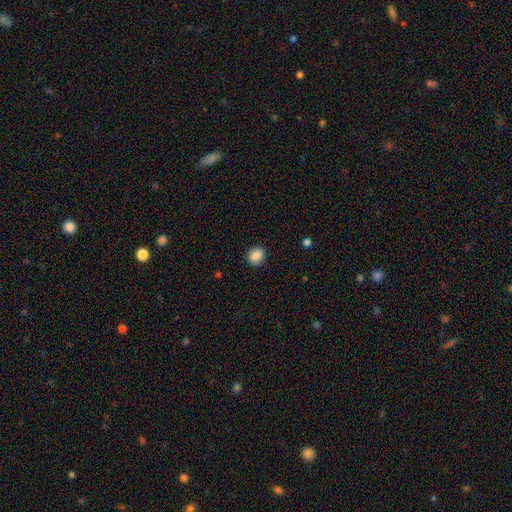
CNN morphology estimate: Smooth or featured?
  - smooth: 88% *
  - star or artifact: 9%
  - featured or disk: 4%
How rounded?
  - round: 57% *
  - in between: 42%
  - cigar-shaped: 1%
Merging?
  - none: 89% *
  - minor disturbance: 8%
  - major disturbance: 2%
  - merger: 1%